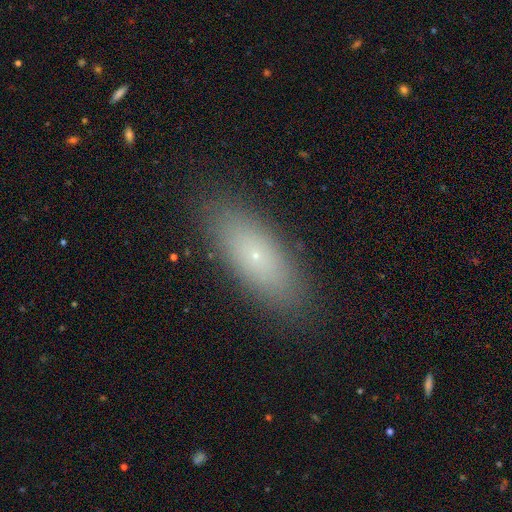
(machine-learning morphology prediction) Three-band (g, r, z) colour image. It shows a smooth galaxy with no disk features (65%) that is in between round and cigar-shaped (67%). Merging: none (87%).